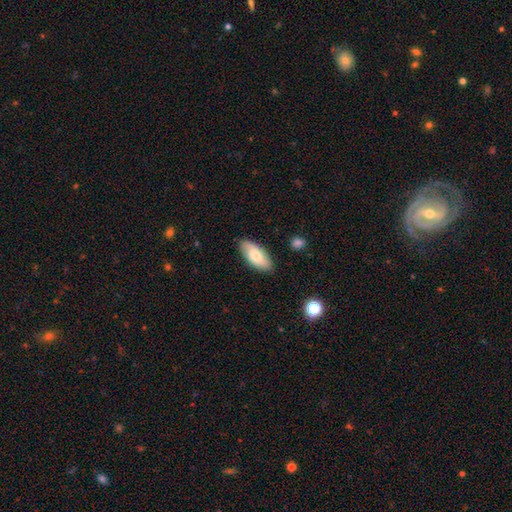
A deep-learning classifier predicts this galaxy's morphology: This appears to be a smooth galaxy with no disk features (70%) that is in between round and cigar-shaped (88%). Merging: none (85%).